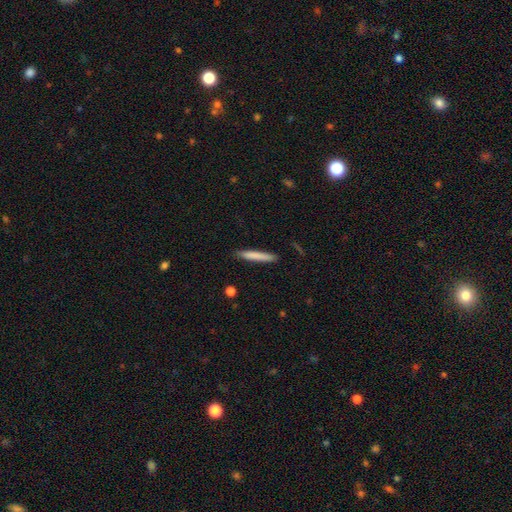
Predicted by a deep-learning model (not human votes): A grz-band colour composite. It shows a smooth galaxy with no disk features (78%) that is cigar-shaped (95%). Merging: none (87%).